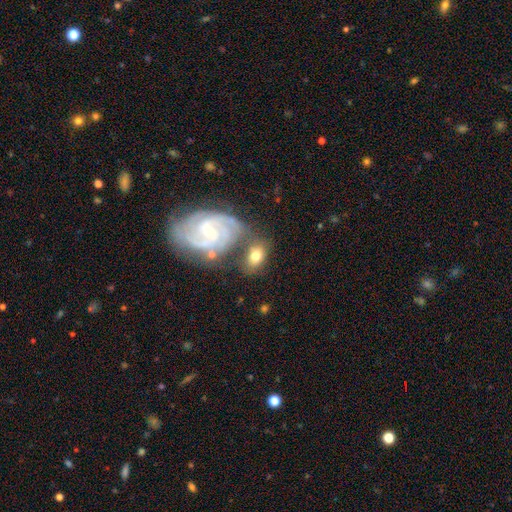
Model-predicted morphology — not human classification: The model was most divided on "smooth or featured": smooth: 51%, featured or disk: 41%, star or artifact: 8%. More confident: how rounded — in between (80%); merging — none (55%).